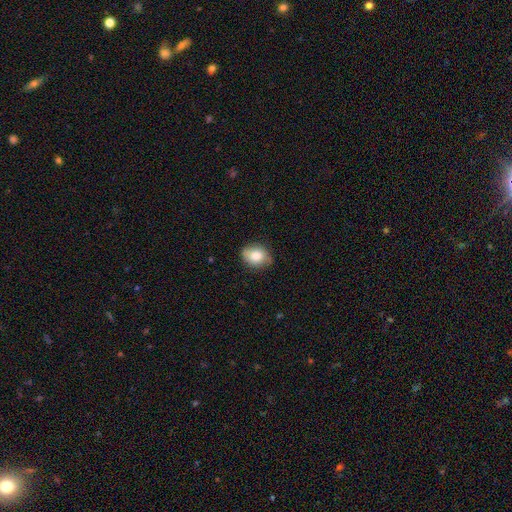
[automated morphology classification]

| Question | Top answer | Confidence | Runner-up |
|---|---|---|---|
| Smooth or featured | smooth | 81% | featured or disk (12%) |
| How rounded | in between | 62% | round (37%) |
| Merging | none | 75% | minor disturbance (20%) |